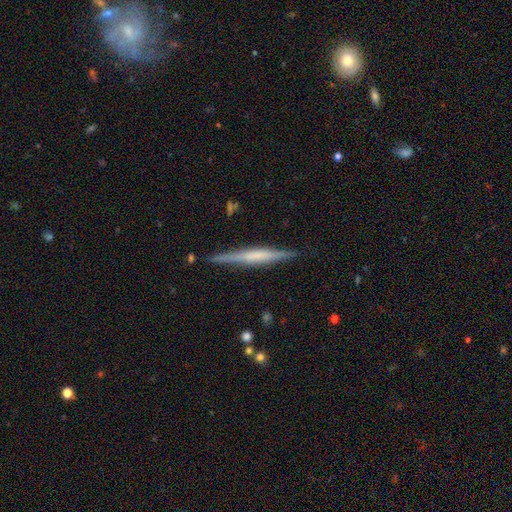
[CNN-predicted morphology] Smooth or featured: featured or disk — 65% (smooth — 29%)
Edge-on disk: yes — 98% (no — 2%)
Edge-on bulge: none — 42% (rounded — 29%)
Merging: none — 89% (minor disturbance — 8%)